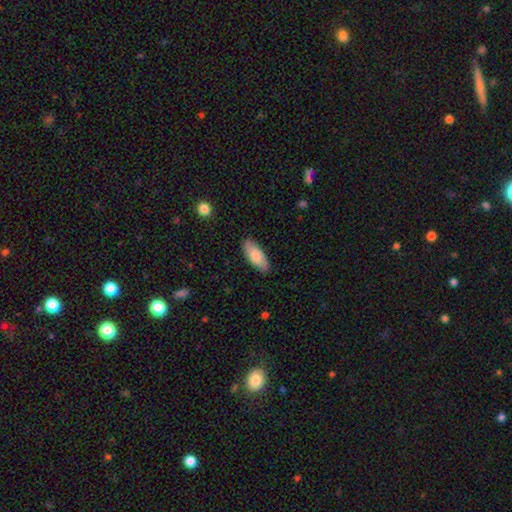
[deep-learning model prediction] The model was most divided on "how rounded": in between: 80%, cigar-shaped: 18%, round: 2%. More confident: merging — none (85%); smooth or featured — smooth (82%).